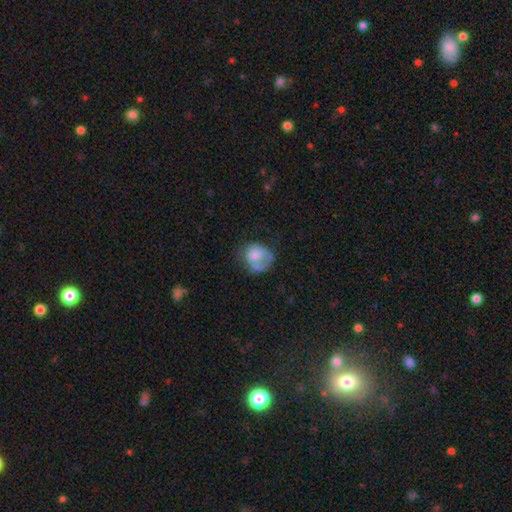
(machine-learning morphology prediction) Smooth or featured? Predicted: smooth (p=0.60). How rounded? Predicted: round (p=0.67). Merging? Predicted: none (p=0.38).